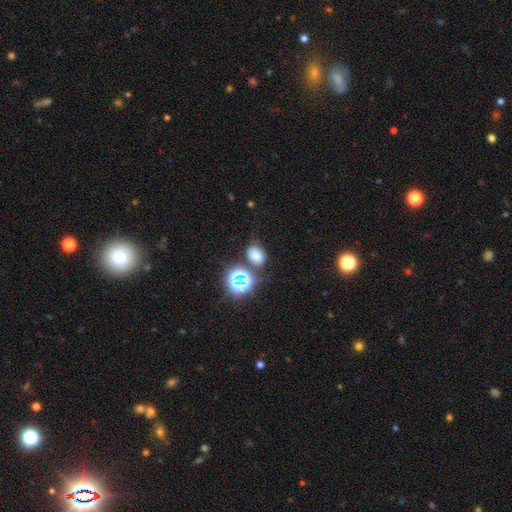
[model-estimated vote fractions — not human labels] Morphology: type=smooth (66%); roundness=in between (69%); merging=none (69%).